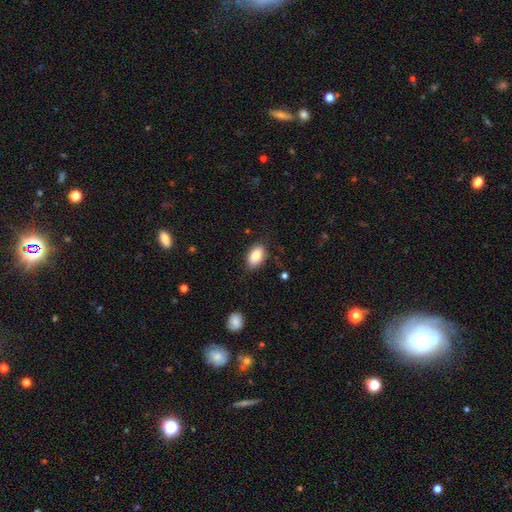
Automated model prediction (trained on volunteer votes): This appears to be a smooth galaxy with no disk features (85%) that is in between round and cigar-shaped (92%). Merging: none (83%).